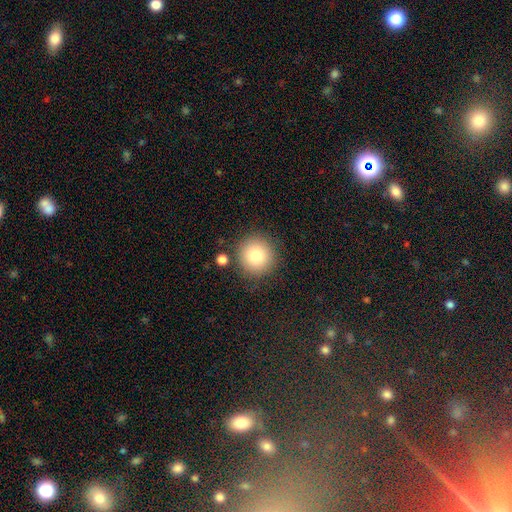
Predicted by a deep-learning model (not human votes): smooth-or-featured: smooth: 82% | star or artifact: 10% | featured or disk: 8%
  how-rounded: round: 94% | in between: 5% | cigar-shaped: 1%
  merging: none: 83% | minor disturbance: 9% | merger: 4% | major disturbance: 3%